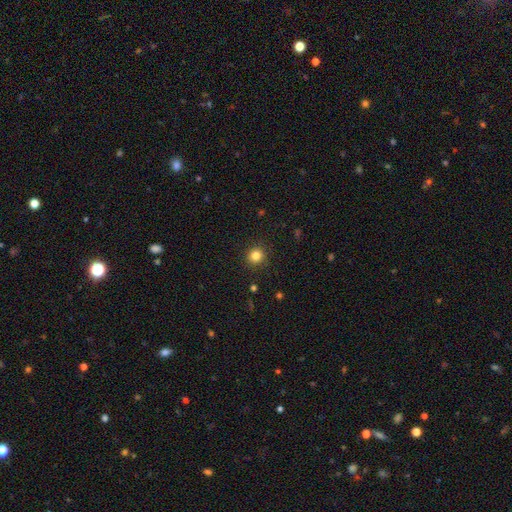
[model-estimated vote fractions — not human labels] Morphology: type=smooth (83%); roundness=round (92%); merging=none (91%).